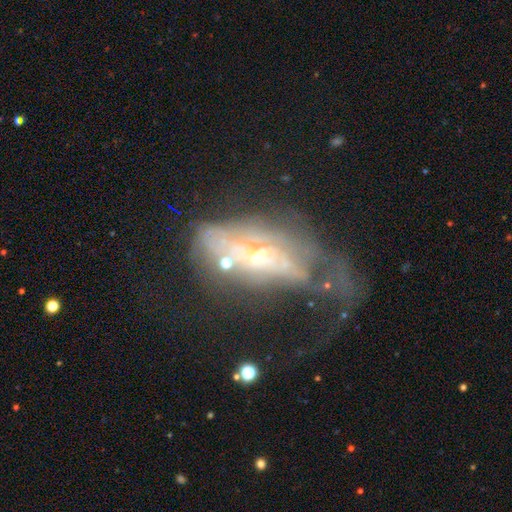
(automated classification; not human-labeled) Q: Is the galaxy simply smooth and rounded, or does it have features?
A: featured or disk — 64%.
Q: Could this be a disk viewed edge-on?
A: no — 83%.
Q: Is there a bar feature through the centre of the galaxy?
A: no — 74%.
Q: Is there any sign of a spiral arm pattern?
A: no — 65%.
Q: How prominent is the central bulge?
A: small — 63%.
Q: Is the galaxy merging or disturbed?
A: major disturbance — 56%.